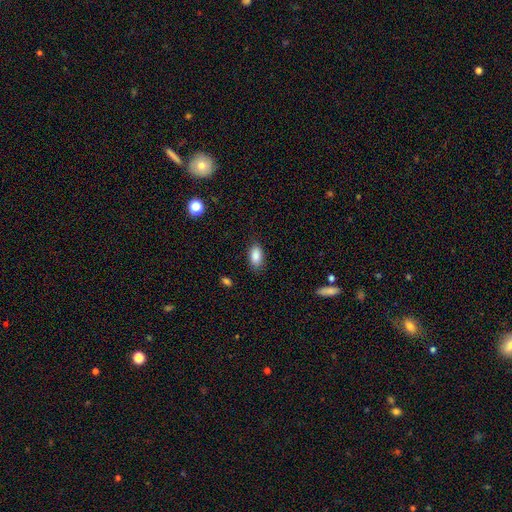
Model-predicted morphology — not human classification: This appears to be a smooth galaxy with no disk features (87%) that is in between round and cigar-shaped (92%). Merging: none (83%).